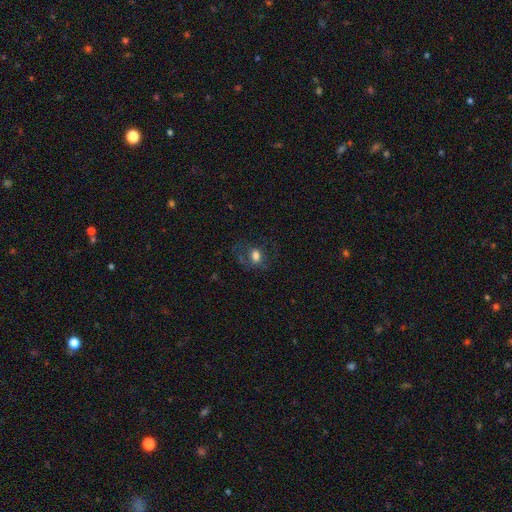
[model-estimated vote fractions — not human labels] Smooth or featured? smooth (65%)
How rounded? in between (64%)
Merging? none (55%)